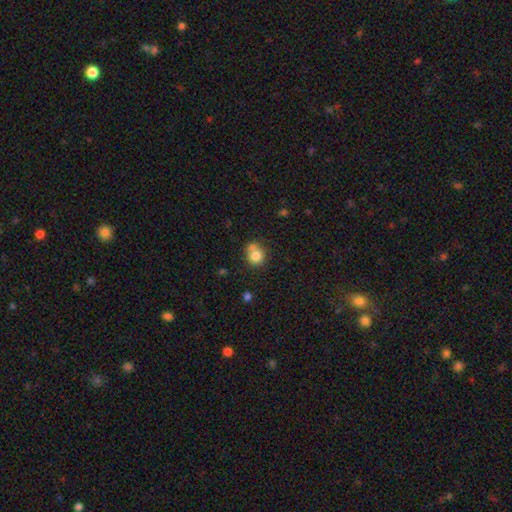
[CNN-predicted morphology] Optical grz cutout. It shows a smooth galaxy with no disk features (79%) that is round (80%). Merging: none (50%).